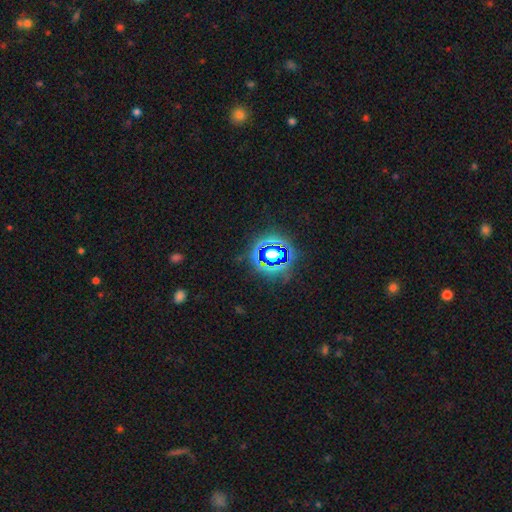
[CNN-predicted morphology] This appears to be a star or artifact, not a galaxy (78%).